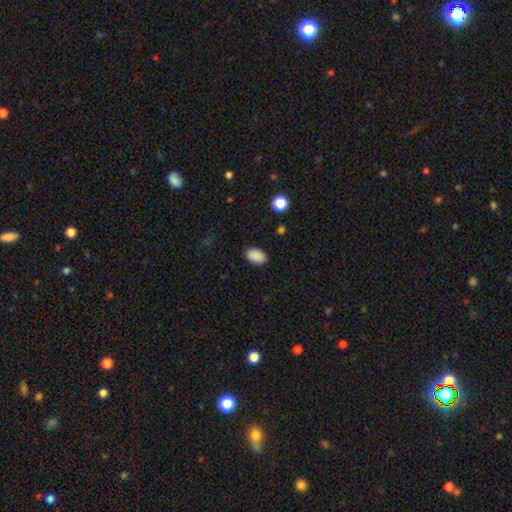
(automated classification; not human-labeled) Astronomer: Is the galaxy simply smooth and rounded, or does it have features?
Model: smooth — 89%.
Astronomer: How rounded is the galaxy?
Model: in between — 87%.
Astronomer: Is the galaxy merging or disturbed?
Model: none — 85%.